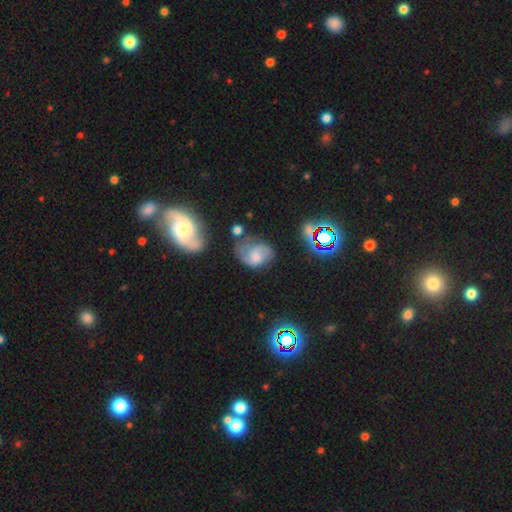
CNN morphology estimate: smooth-or-featured: featured or disk: 61% | smooth: 28% | star or artifact: 11%
  disk-edge-on: no: 97% | yes: 3%
    bar: no: 59% | weak: 35% | strong: 6%
    has-spiral-arms: yes: 86% | no: 14%
      spiral-winding: medium: 46% | loose: 27% | tight: 27%
      spiral-arm-count: 2: 65% | can't tell: 15% | 1: 13% | 3: 3% | 4: 2% | more than 4: 1%
    bulge-size: moderate: 37% | small: 29% | none: 20% | large: 12% | dominant: 2%
  merging: none: 44% | minor disturbance: 27% | major disturbance: 20% | merger: 9%